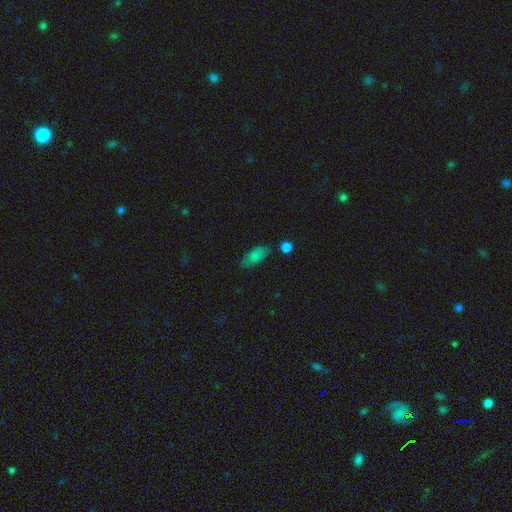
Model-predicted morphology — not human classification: A smooth galaxy with no disk features (79%) that is in between round and cigar-shaped (83%).

Vote fractions:
- Smooth or featured? smooth: 79% / featured or disk: 12% / star or artifact: 9%
- How rounded? in between: 83% / cigar-shaped: 13% / round: 4%
- Merging? none: 66% / minor disturbance: 21% / merger: 7% / major disturbance: 6%